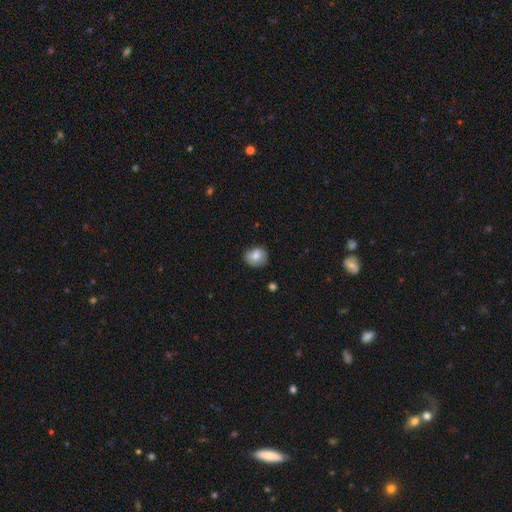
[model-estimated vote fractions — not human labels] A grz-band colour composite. It shows a smooth galaxy with no disk features (76%) that is round (68%). Merging: none (72%).